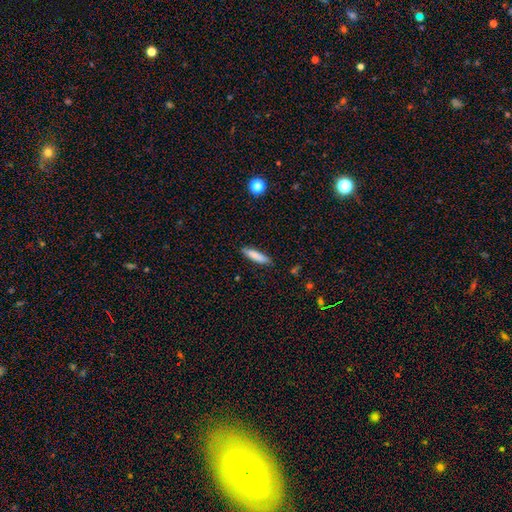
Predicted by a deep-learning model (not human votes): The model was most divided on "how rounded": cigar-shaped: 71%, in between: 27%, round: 2%. More confident: merging — none (85%); smooth or featured — smooth (83%).